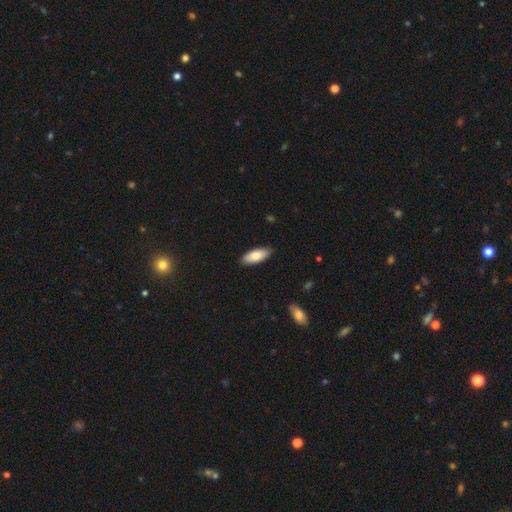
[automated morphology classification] Smooth or featured: smooth — 81% (featured or disk — 13%)
How rounded: in between — 80% (cigar-shaped — 19%)
Merging: none — 87% (minor disturbance — 10%)